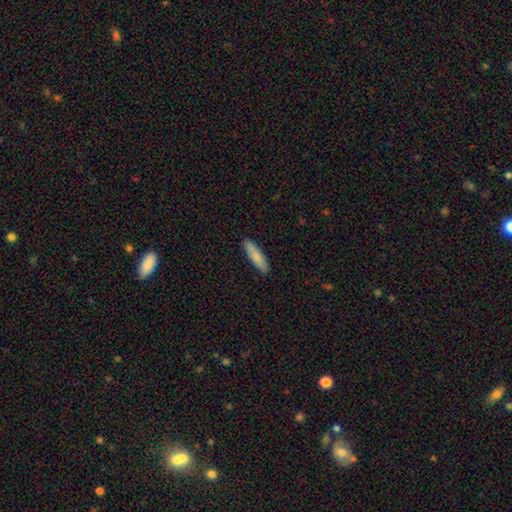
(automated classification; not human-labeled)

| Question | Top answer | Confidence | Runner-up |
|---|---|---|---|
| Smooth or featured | smooth | 84% | featured or disk (11%) |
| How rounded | cigar-shaped | 76% | in between (23%) |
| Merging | none | 90% | minor disturbance (8%) |